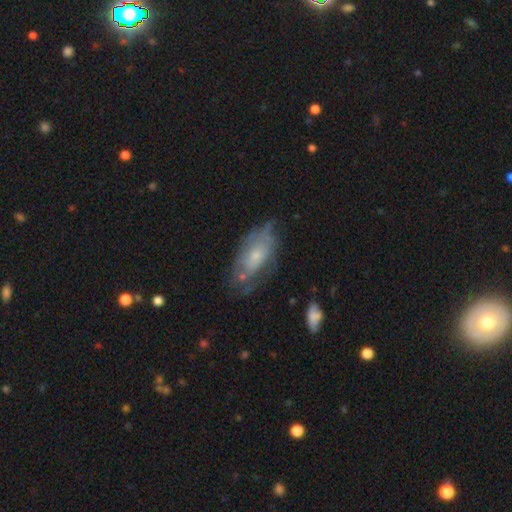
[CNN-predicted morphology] Overall: featured or disk (50%; smooth 42%). Merging: none (54%; minor disturbance 29%).